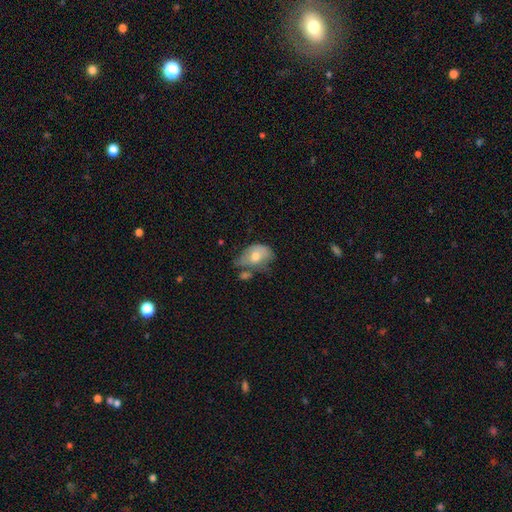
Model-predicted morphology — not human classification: This is possibly a smooth galaxy (56%). How rounded: likely in between (79%). Merging: marginally minor disturbance (31%).